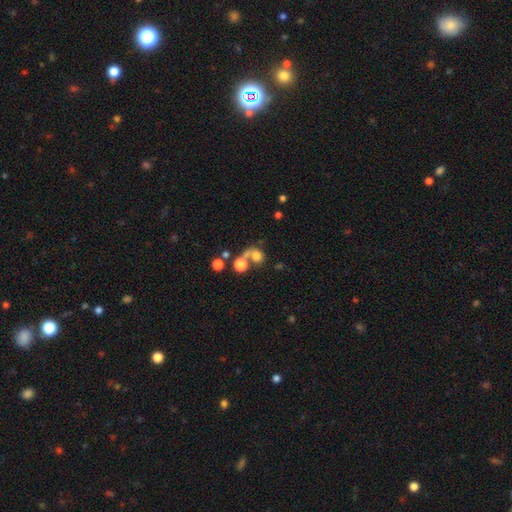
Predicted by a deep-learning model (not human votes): Overall: smooth (70%). How rounded: round (76%). Merging: merger (44%; none 37%).